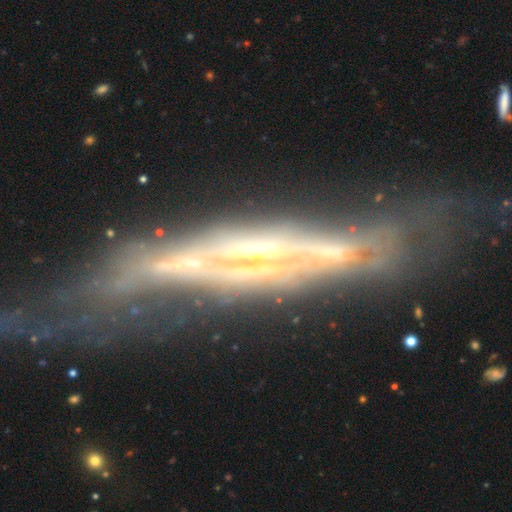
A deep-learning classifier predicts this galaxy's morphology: Smooth or featured: featured or disk — 80% (smooth — 11%)
Edge-on disk: yes — 63% (no — 37%)
Edge-on bulge: rounded — 45% (none — 44%)
Merging: none — 51% (minor disturbance — 22%)